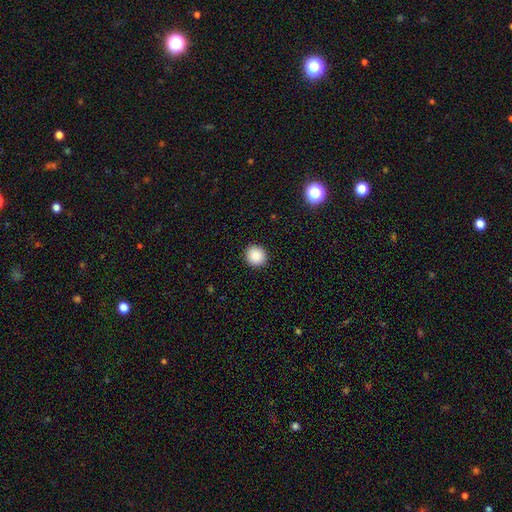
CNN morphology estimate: Smooth or featured?
  - smooth: 89% *
  - star or artifact: 9%
  - featured or disk: 3%
How rounded?
  - round: 90% *
  - in between: 9%
  - cigar-shaped: 1%
Merging?
  - none: 92% *
  - minor disturbance: 5%
  - major disturbance: 2%
  - merger: 1%